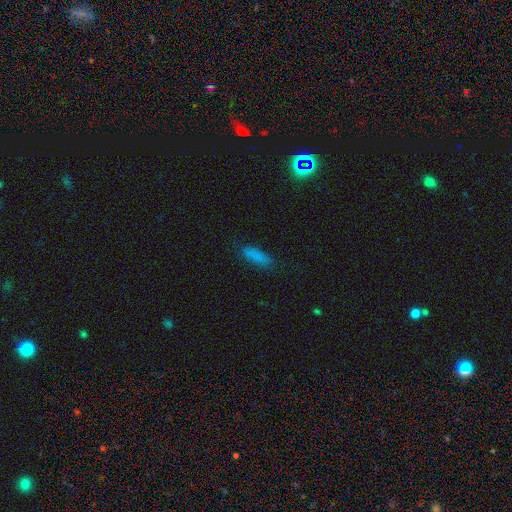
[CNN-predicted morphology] smooth_or_featured: smooth (p=0.83) [alt: star or artifact p=0.10]
how_rounded: cigar-shaped (p=0.53) [alt: in between p=0.44]
merging: none (p=0.79) [alt: minor disturbance p=0.16]